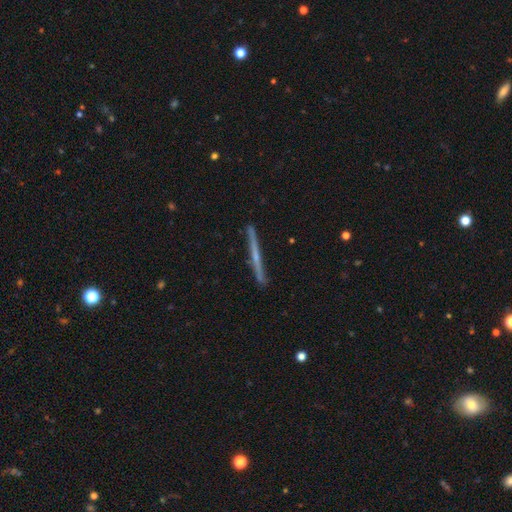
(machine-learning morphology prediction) The model was most divided on "edge-on bulge": rounded: 50%, none: 44%, boxy: 6%. More confident: edge-on disk — yes (98%); merging — none (89%); smooth or featured — featured or disk (72%).